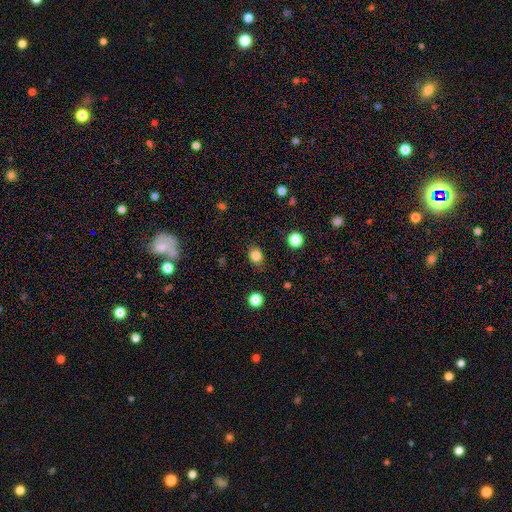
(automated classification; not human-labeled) This appears to be a smooth galaxy with no disk features (83%) that is round (55%). Merging: none (83%).